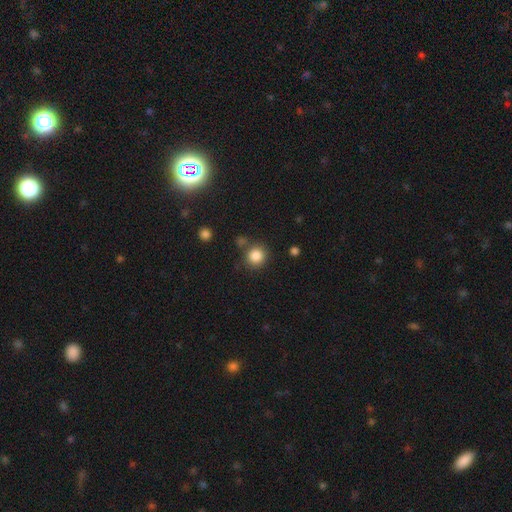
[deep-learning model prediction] Smooth or featured: smooth — 85% (star or artifact — 11%)
How rounded: round — 91% (in between — 8%)
Merging: none — 78% (minor disturbance — 10%)